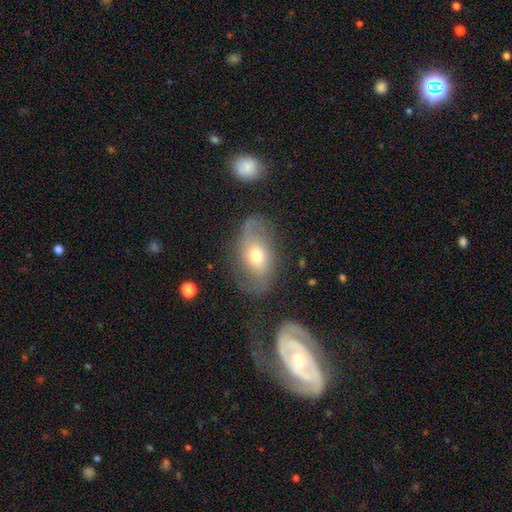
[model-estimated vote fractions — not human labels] Smooth or featured?
  - featured or disk: 64% *
  - smooth: 27%
  - star or artifact: 9%
Edge-on disk?
  - no: 94% *
  - yes: 6%
Bar?
  - no: 67% *
  - weak: 25%
  - strong: 8%
Spiral arms?
  - yes: 85% *
  - no: 15%
Spiral winding?
  - loose: 43% *
  - medium: 38%
  - tight: 19%
Spiral arm count?
  - 2: 82% *
  - can't tell: 9%
  - 1: 6%
  - 3: 2%
  - 4: 1%
  - more than 4: 1%
Bulge size?
  - moderate: 61% *
  - small: 31%
  - large: 5%
  - dominant: 1%
  - none: 1%
Merging?
  - none: 62% *
  - minor disturbance: 20%
  - major disturbance: 14%
  - merger: 3%